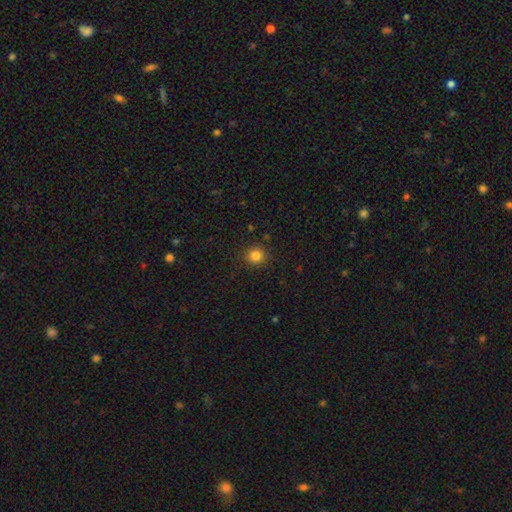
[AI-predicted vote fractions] Q: Smooth or featured?
A: smooth (83%); runner-up: star or artifact (12%)
Q: How rounded?
A: round (91%); runner-up: in between (8%)
Q: Merging?
A: none (90%); runner-up: minor disturbance (7%)